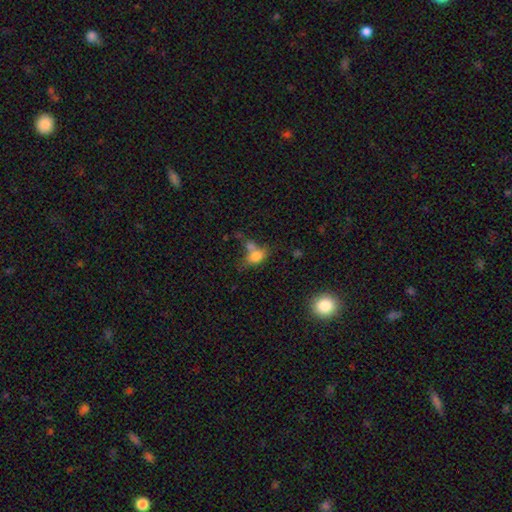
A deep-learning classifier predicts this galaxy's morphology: Overall: smooth (74%). How rounded: in between (76%). Merging: merger (36%; none 35%).